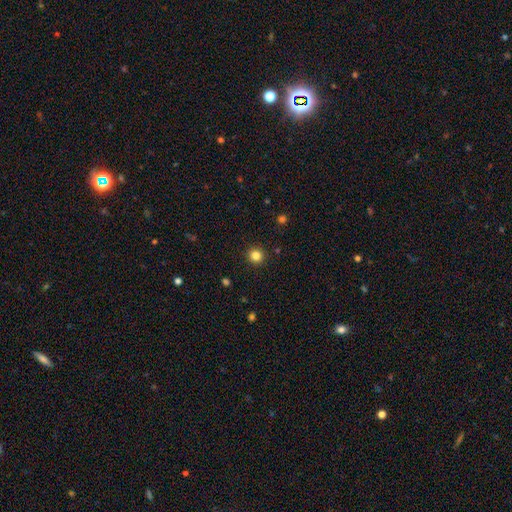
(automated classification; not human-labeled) Smooth or featured? smooth (83%)
How rounded? round (94%)
Merging? none (92%)